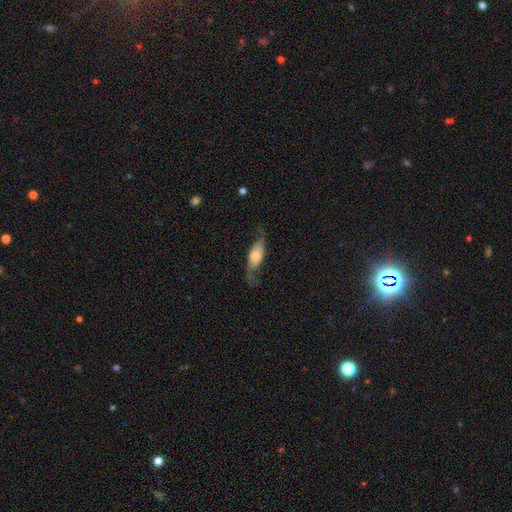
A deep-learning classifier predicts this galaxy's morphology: Q: Smooth or featured?
A: featured or disk (61%); runner-up: smooth (32%)
Q: Edge-on disk?
A: no (74%); runner-up: yes (26%)
Q: Merging?
A: none (61%); runner-up: minor disturbance (22%)